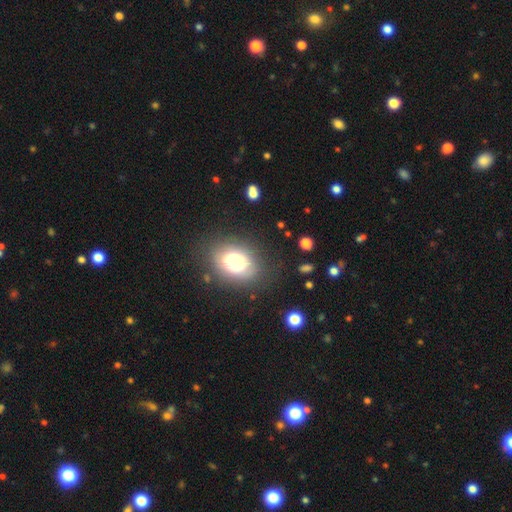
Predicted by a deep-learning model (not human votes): A smooth galaxy with no disk features (71%) that is in between round and cigar-shaped (67%). Merging: none (87%).